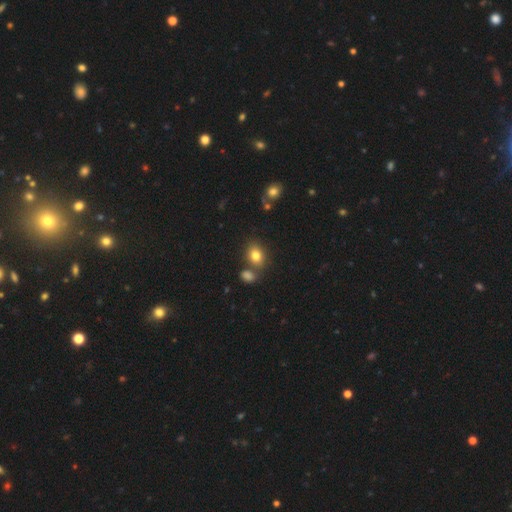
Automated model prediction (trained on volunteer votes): Smooth or featured?
  - smooth: 80% *
  - star or artifact: 11%
  - featured or disk: 9%
How rounded?
  - in between: 58% *
  - round: 41%
  - cigar-shaped: 1%
Merging?
  - none: 65% *
  - merger: 19%
  - minor disturbance: 12%
  - major disturbance: 4%